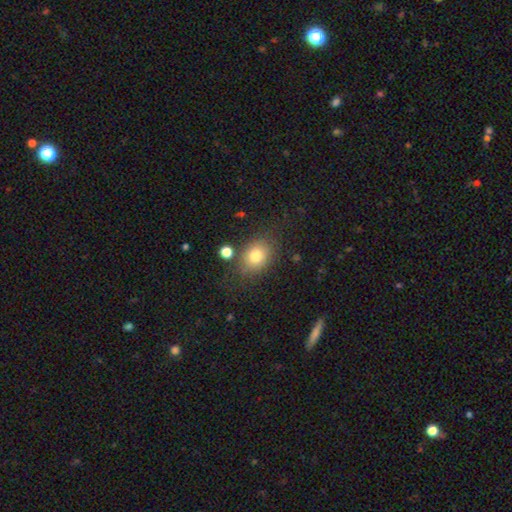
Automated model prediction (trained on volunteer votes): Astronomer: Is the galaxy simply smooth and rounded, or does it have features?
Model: smooth — 78%.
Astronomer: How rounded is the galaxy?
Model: in between — 53% (runner-up: round, 46%).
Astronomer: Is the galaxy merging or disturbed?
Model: none — 75%.